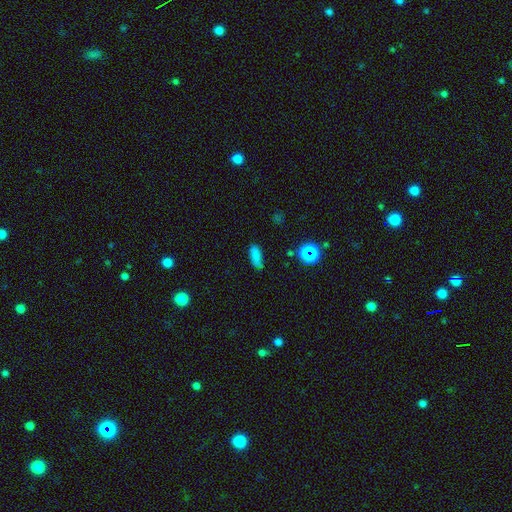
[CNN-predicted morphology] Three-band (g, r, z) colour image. It shows a smooth galaxy with no disk features (75%) that is in between round and cigar-shaped (79%). Merging: none (73%).